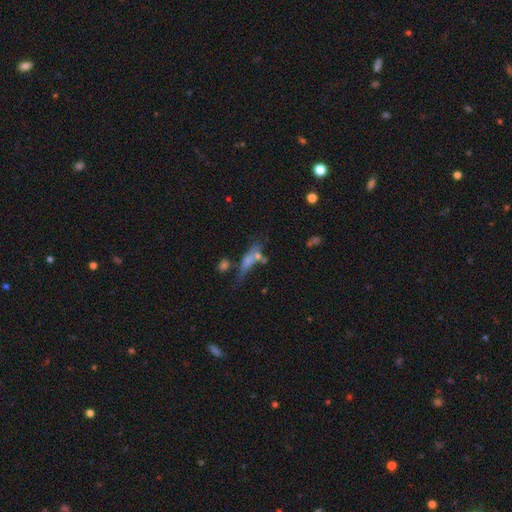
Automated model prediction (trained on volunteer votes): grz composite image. It shows a smooth galaxy with no disk features (41%). Merging: none (43%).